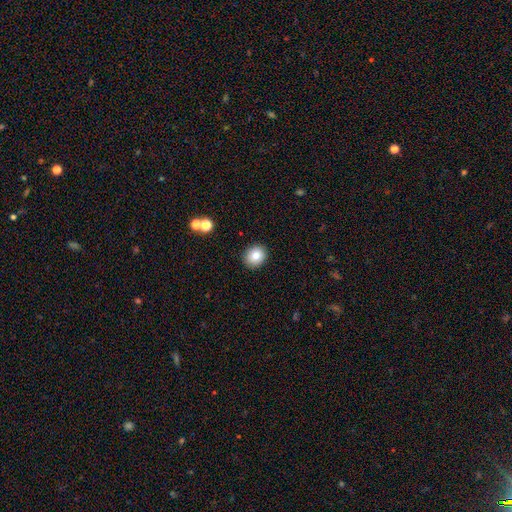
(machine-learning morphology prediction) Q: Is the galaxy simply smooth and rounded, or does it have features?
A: smooth — 83%.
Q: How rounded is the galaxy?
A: round — 72%.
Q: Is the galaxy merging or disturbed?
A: none — 90%.